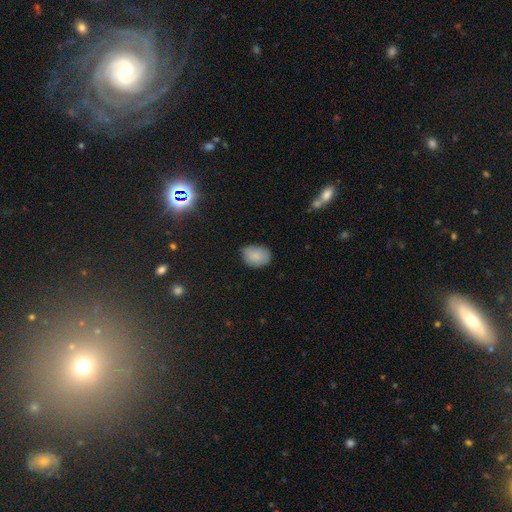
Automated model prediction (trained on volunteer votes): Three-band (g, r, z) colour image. It shows a smooth galaxy with no disk features (85%) that is in between round and cigar-shaped (64%). Merging: none (73%).